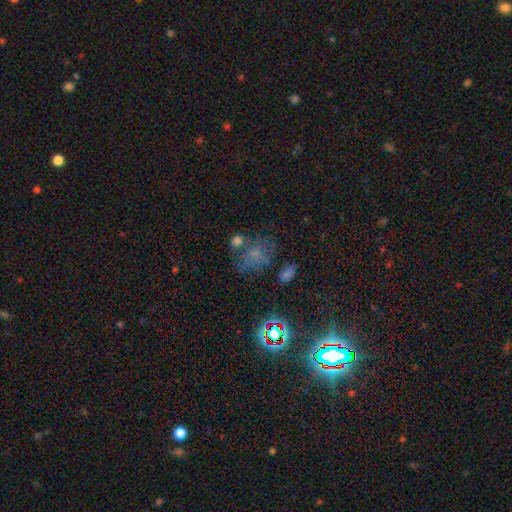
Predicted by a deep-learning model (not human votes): Overall: smooth (41%; star or artifact 37%). Merging: none (47%; minor disturbance 20%).